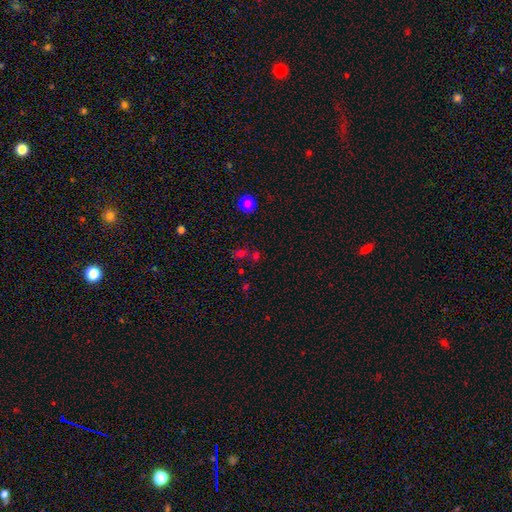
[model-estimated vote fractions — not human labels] Smooth or featured: smooth — 49% (star or artifact — 41%)
Merging: none — 60% (merger — 23%)